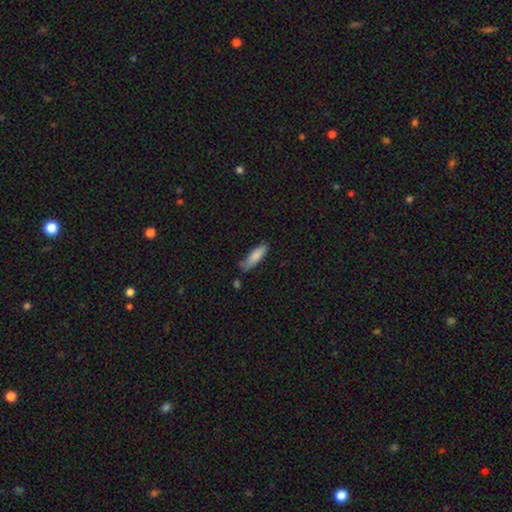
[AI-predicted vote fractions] The model was most divided on "how rounded": cigar-shaped: 55%, in between: 43%, round: 2%. More confident: smooth or featured — smooth (84%); merging — none (61%).